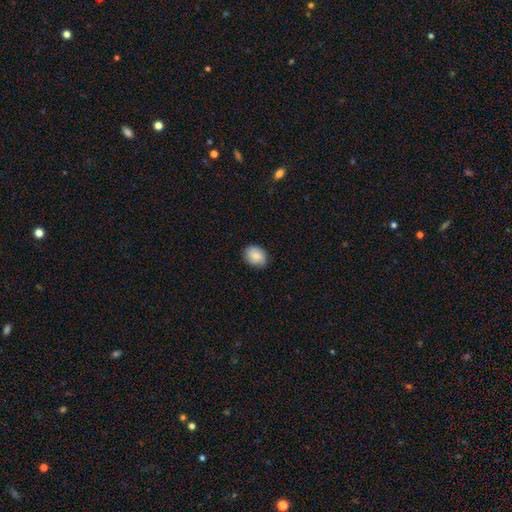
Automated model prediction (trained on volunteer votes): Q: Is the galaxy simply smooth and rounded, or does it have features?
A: smooth — 81%.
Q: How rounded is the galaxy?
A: in between — 57%.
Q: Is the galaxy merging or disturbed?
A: none — 81%.